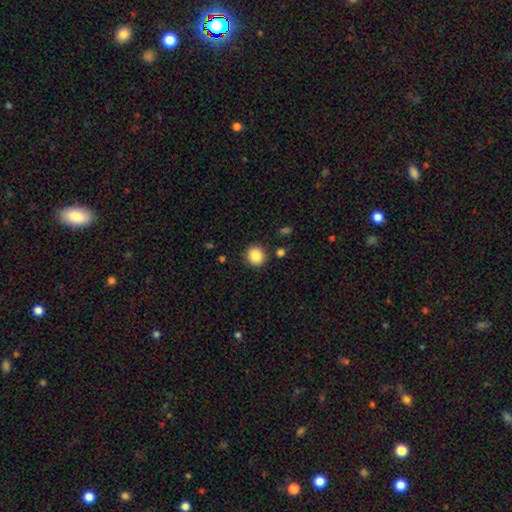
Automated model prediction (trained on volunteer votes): Smooth or featured? Predicted: smooth (p=0.88). How rounded? Predicted: round (p=0.90). Merging? Predicted: none (p=0.88).